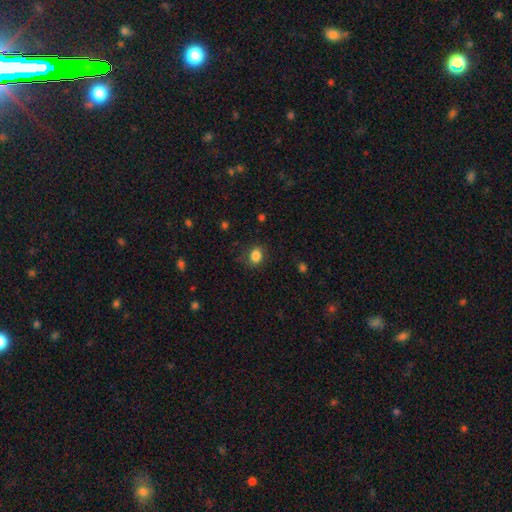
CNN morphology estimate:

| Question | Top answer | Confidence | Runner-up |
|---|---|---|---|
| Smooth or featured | smooth | 85% | star or artifact (10%) |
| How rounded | in between | 51% | round (48%) |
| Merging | none | 78% | minor disturbance (16%) |